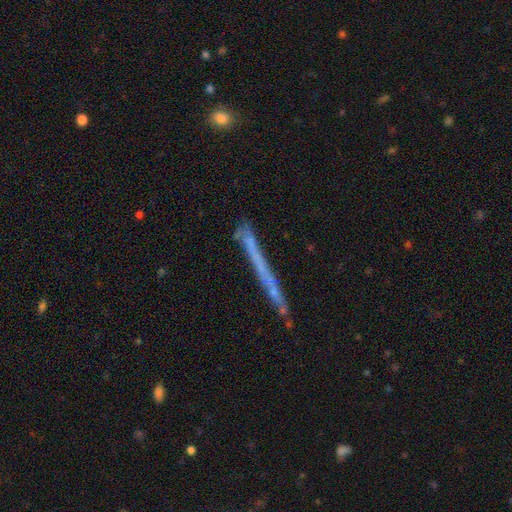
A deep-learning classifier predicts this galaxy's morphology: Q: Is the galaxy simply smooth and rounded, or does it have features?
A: featured or disk — 51%.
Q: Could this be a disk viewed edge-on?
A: yes — 91%.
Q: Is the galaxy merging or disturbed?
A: none — 76%.